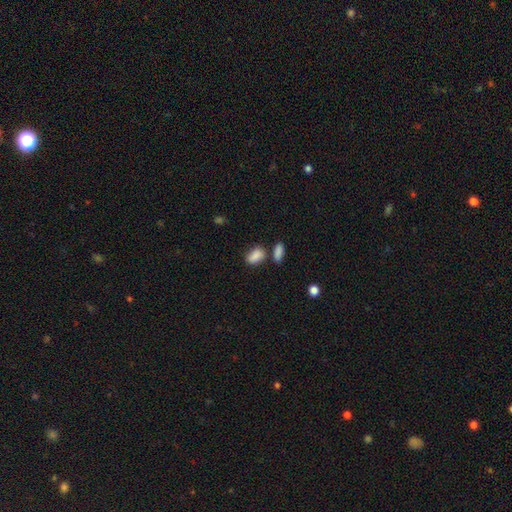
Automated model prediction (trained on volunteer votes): Smooth or featured?
  - smooth: 86% *
  - star or artifact: 8%
  - featured or disk: 6%
How rounded?
  - in between: 89% *
  - round: 8%
  - cigar-shaped: 3%
Merging?
  - none: 60% *
  - merger: 20%
  - minor disturbance: 16%
  - major disturbance: 5%